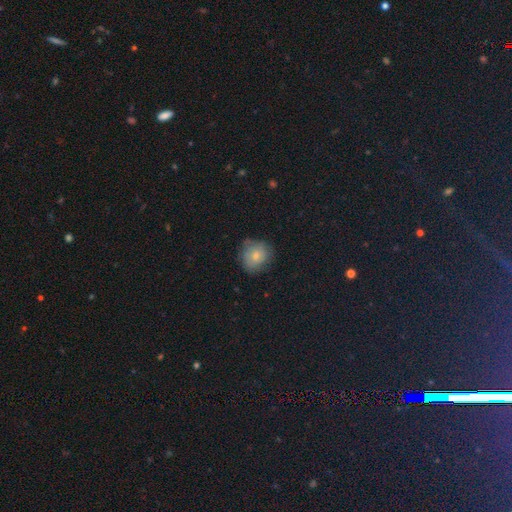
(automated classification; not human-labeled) smooth-or-featured: smooth: 73% | featured or disk: 18% | star or artifact: 9%
  how-rounded: round: 82% | in between: 17% | cigar-shaped: 1%
  merging: none: 71% | minor disturbance: 22% | major disturbance: 6% | merger: 1%